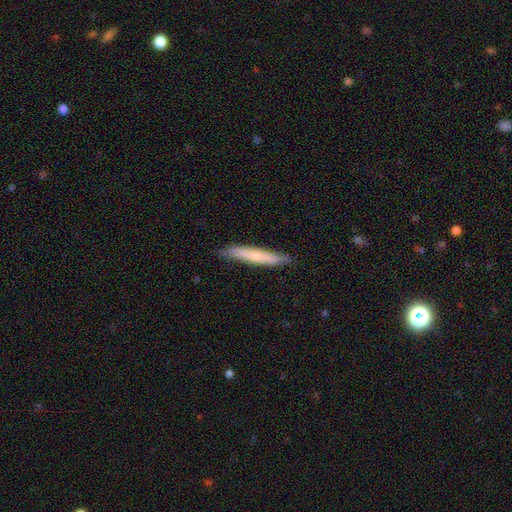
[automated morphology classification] Q: Smooth or featured?
A: smooth (68%); runner-up: featured or disk (27%)
Q: How rounded?
A: cigar-shaped (94%); runner-up: in between (4%)
Q: Merging?
A: none (88%); runner-up: minor disturbance (10%)